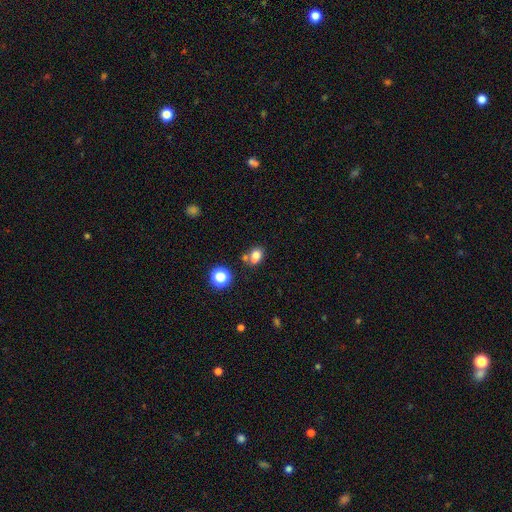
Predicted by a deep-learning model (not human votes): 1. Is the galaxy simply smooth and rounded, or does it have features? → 77% smooth, 14% star or artifact, 9% featured or disk.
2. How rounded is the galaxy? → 64% in between, 35% round, 1% cigar-shaped.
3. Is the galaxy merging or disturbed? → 54% none, 28% merger, 13% minor disturbance, 5% major disturbance.